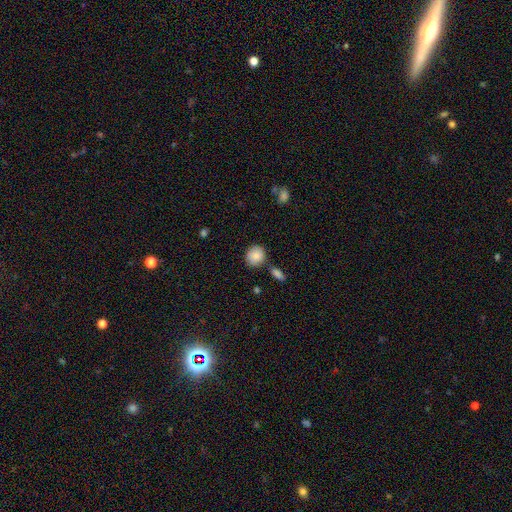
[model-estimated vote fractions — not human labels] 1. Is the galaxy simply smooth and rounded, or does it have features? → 86% smooth, 7% star or artifact, 7% featured or disk.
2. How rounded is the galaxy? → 86% round, 13% in between, 1% cigar-shaped.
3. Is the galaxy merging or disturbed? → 80% none, 10% minor disturbance, 8% merger, 2% major disturbance.